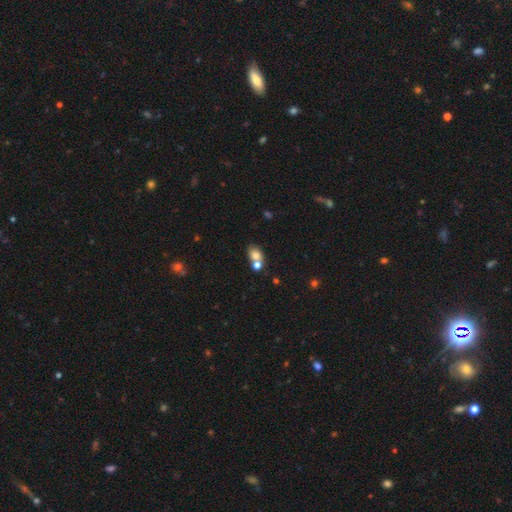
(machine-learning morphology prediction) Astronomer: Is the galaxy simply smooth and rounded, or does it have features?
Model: smooth — 73%.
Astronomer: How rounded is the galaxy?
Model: in between — 63%.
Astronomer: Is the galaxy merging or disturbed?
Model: merger — 44% (runner-up: none, 43%).